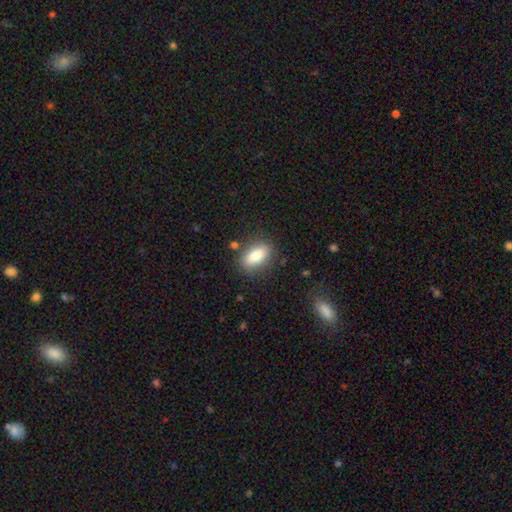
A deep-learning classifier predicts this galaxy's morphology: This is clearly a smooth galaxy (82%). How rounded: clearly in between (84%). Merging: clearly none (82%).